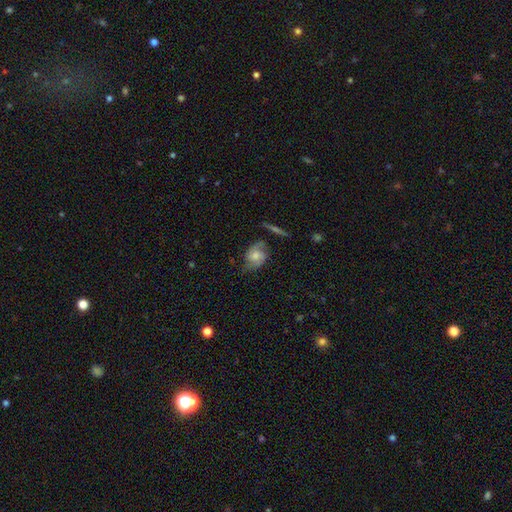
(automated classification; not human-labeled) Overall: featured or disk (67%). Edge-on disk: no (95%). Bar: no (64%; weak 30%). Spiral arms: yes (92%). Spiral arm count: 2 (85%). Spiral winding: medium (47%; tight 28%). Bulge size: moderate (54%; small 27%). Merging: none (65%).